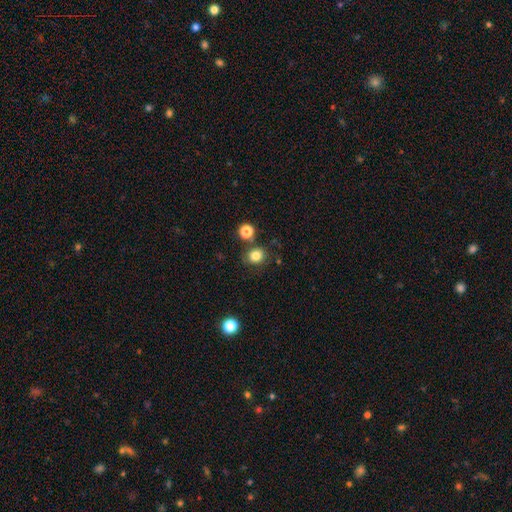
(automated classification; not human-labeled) Morphology: type=smooth (81%); roundness=round (72%); merging=none (75%).